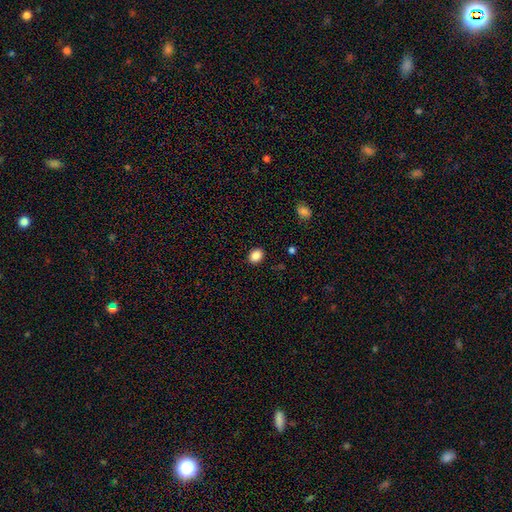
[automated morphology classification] Smooth or featured? Predicted: smooth (p=0.86). How rounded? Predicted: in between (p=0.57). Merging? Predicted: none (p=0.90).